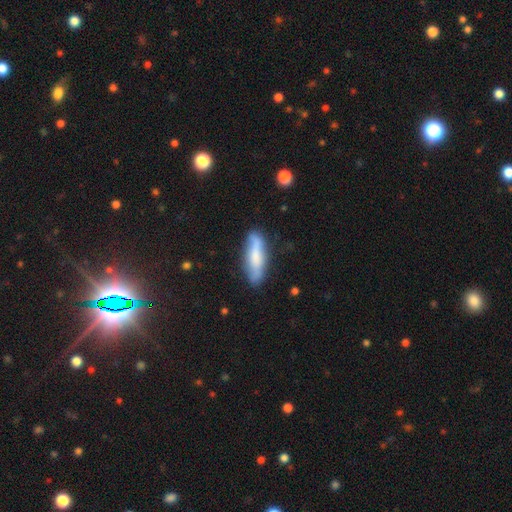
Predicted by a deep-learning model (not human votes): The model was most divided on "smooth or featured": smooth: 59%, featured or disk: 34%, star or artifact: 7%. More confident: merging — none (75%); how rounded — cigar-shaped (62%).